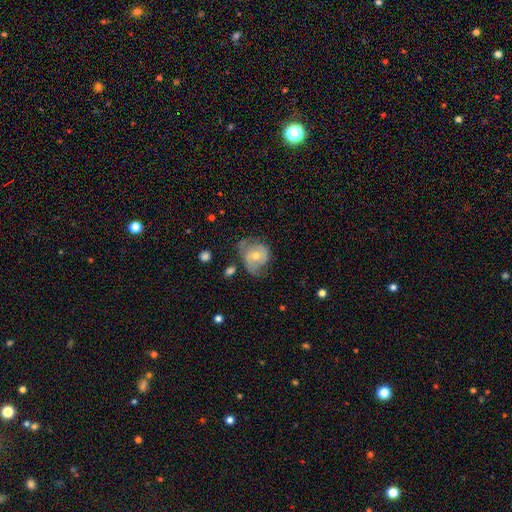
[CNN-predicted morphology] A featured or disk galaxy (64%) with no bar (72%), spiral arms (75%) and a moderate central bulge (59%). Merging: none (48%).